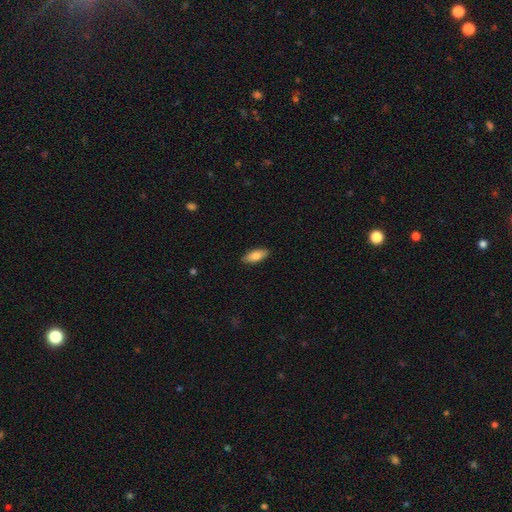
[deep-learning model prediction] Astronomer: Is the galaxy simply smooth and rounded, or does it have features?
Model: smooth — 83%.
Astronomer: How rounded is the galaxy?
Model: in between — 79%.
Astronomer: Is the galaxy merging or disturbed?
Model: none — 89%.